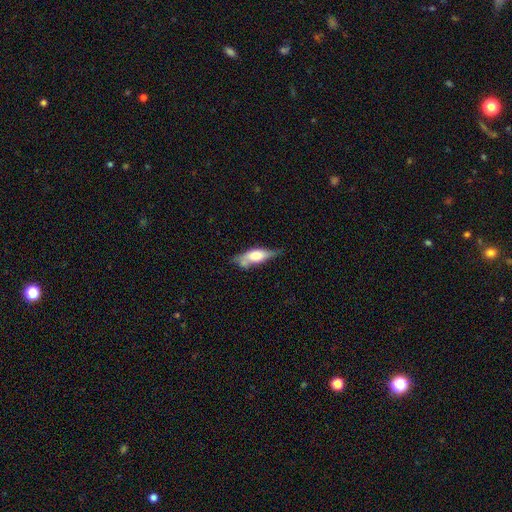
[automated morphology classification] This appears to be a smooth galaxy with no disk features (55%) that is in between round and cigar-shaped (57%). Merging: none (45%).